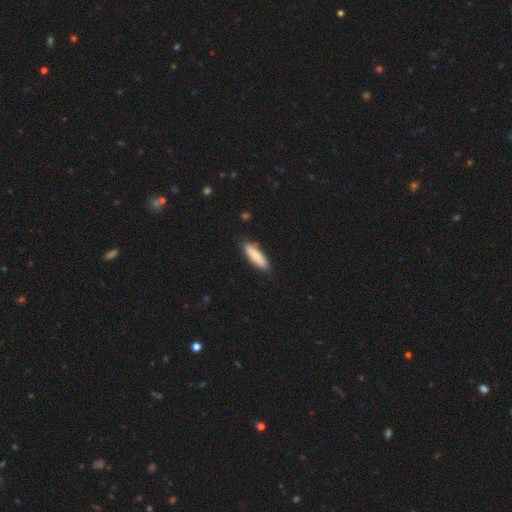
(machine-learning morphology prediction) Overall: smooth (83%). How rounded: cigar-shaped (54%; in between 45%). Merging: none (86%).